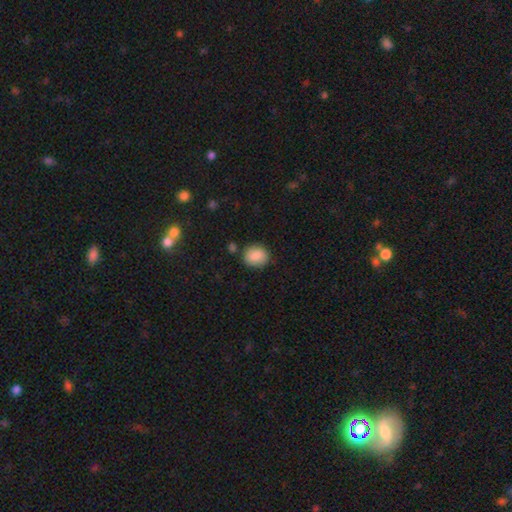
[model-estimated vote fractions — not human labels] This appears to be a smooth galaxy with no disk features (87%) that is round (69%). Merging: none (82%).